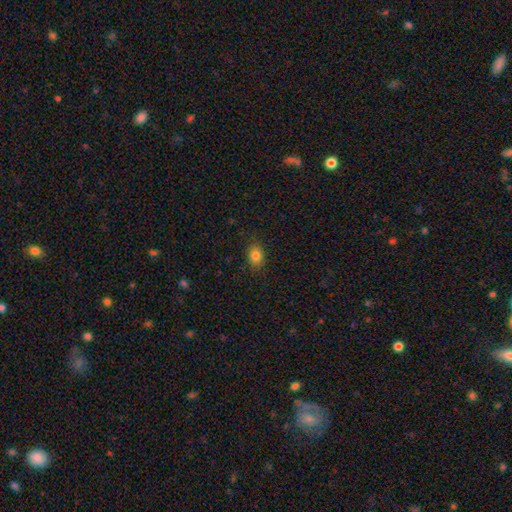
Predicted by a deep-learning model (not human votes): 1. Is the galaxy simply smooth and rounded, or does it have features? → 82% smooth, 11% star or artifact, 7% featured or disk.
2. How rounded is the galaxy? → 66% in between, 32% round, 1% cigar-shaped.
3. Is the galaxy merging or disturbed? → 86% none, 11% minor disturbance, 2% major disturbance, 1% merger.